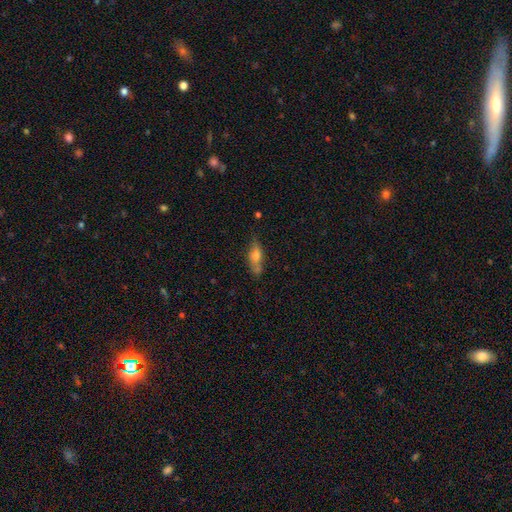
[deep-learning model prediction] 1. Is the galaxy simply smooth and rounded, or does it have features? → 61% smooth, 29% featured or disk, 11% star or artifact.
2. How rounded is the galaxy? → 62% in between, 32% cigar-shaped, 5% round.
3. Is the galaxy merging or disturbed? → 58% none, 23% minor disturbance, 11% merger, 7% major disturbance.